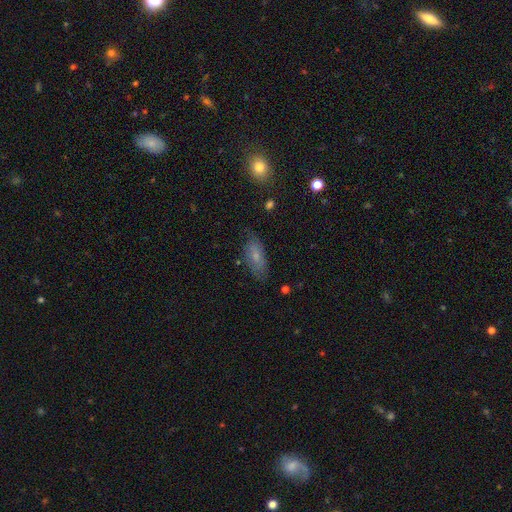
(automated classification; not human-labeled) smooth-or-featured: smooth: 59% | featured or disk: 32% | star or artifact: 8%
  how-rounded: in between: 82% | cigar-shaped: 14% | round: 3%
  merging: none: 69% | minor disturbance: 23% | major disturbance: 6% | merger: 2%